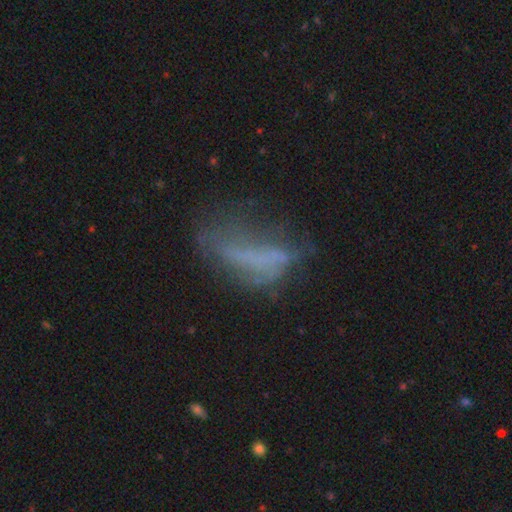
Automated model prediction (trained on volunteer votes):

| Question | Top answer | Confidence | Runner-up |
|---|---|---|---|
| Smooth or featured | featured or disk | 44% | smooth (38%) |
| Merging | none | 36% | major disturbance (34%) |